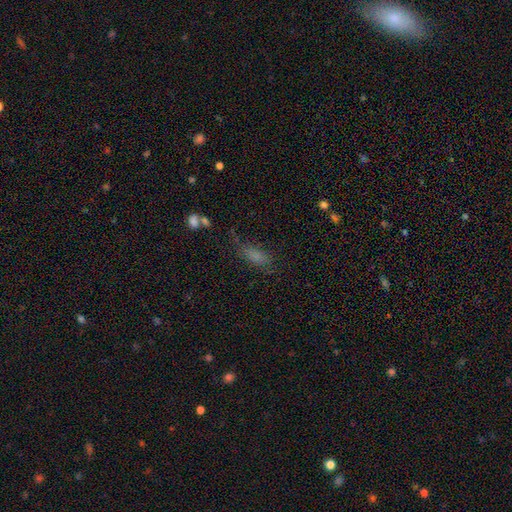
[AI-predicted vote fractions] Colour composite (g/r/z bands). It shows a smooth galaxy with no disk features (75%) that is in between round and cigar-shaped (74%). Merging: none (59%).